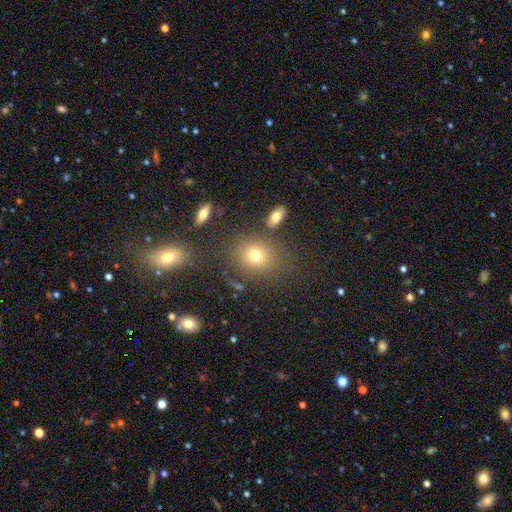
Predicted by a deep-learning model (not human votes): smooth_or_featured: smooth (p=0.73) [alt: star or artifact p=0.16]
how_rounded: round (p=0.61) [alt: in between p=0.38]
merging: none (p=0.77) [alt: minor disturbance p=0.12]